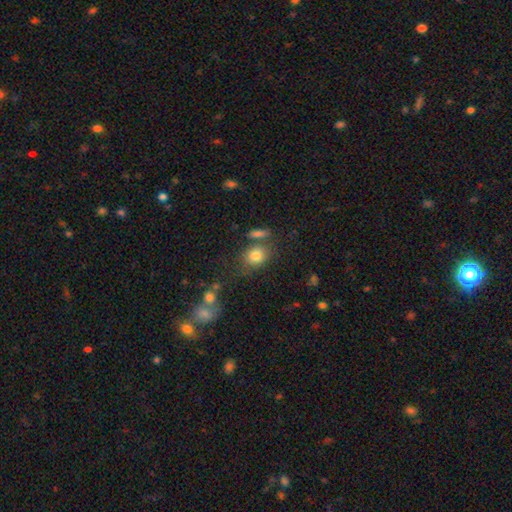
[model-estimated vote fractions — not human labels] Smooth or featured?
  - smooth: 80% *
  - star or artifact: 10%
  - featured or disk: 9%
How rounded?
  - round: 52% *
  - in between: 46%
  - cigar-shaped: 2%
Merging?
  - none: 62% *
  - minor disturbance: 16%
  - merger: 14%
  - major disturbance: 7%